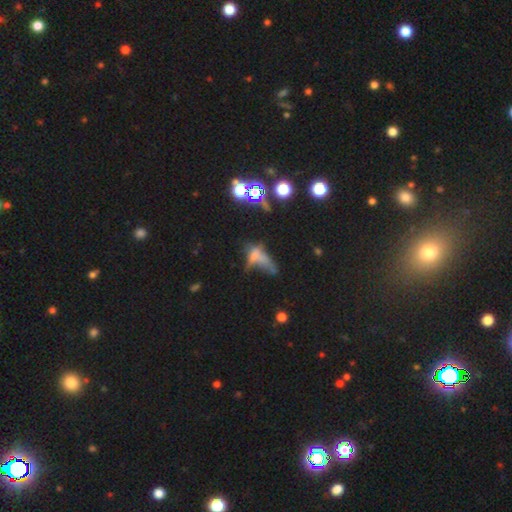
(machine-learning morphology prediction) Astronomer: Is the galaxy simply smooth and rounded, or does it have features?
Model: smooth — 45% (runner-up: featured or disk, 32%).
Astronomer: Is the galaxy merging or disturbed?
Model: major disturbance — 41% (runner-up: merger, 24%).